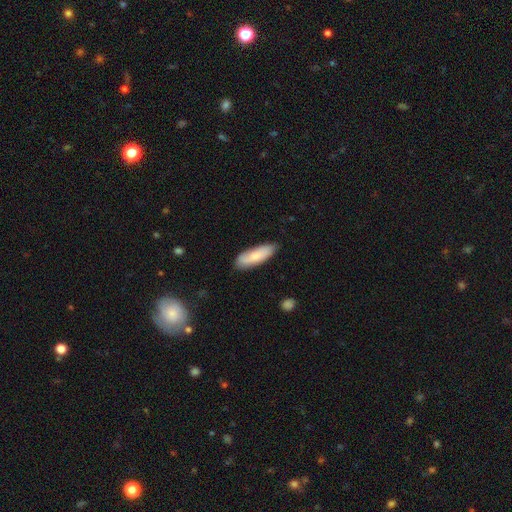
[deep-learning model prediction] Overall: smooth (76%). How rounded: in between (56%; cigar-shaped 42%). Merging: none (79%).